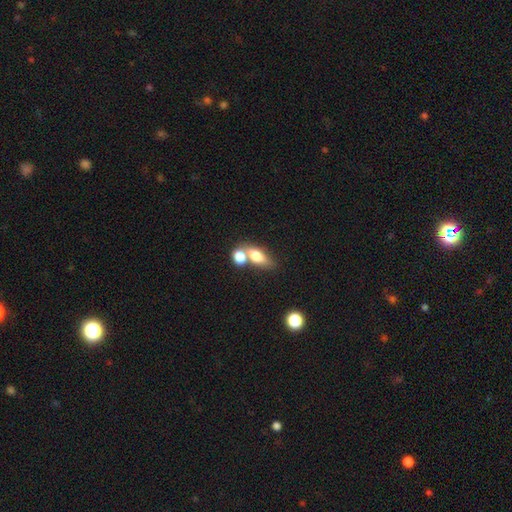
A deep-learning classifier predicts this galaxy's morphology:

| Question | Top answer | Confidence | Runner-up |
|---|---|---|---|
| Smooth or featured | smooth | 73% | featured or disk (17%) |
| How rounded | in between | 71% | round (19%) |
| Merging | merger | 54% | none (31%) |